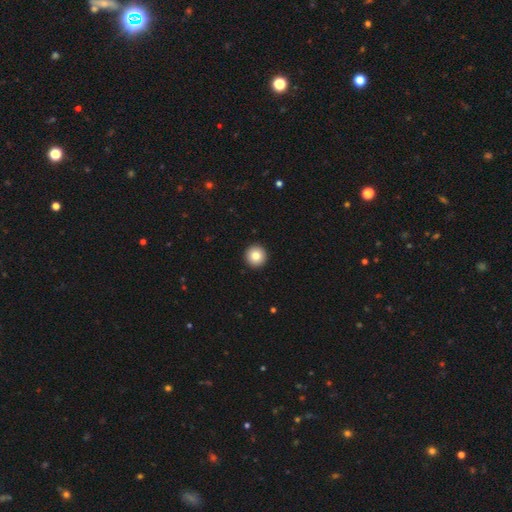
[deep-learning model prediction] Smooth or featured?
  - smooth: 83% *
  - star or artifact: 9%
  - featured or disk: 8%
How rounded?
  - round: 96% *
  - in between: 3%
  - cigar-shaped: 1%
Merging?
  - none: 94% *
  - minor disturbance: 4%
  - major disturbance: 1%
  - merger: 1%